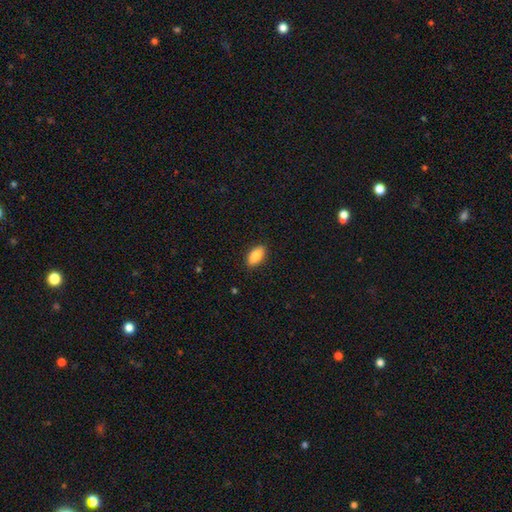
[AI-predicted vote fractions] The model was most divided on "merging": none: 88%, minor disturbance: 9%, major disturbance: 2%, merger: 1%. More confident: how rounded — in between (90%); smooth or featured — smooth (87%).